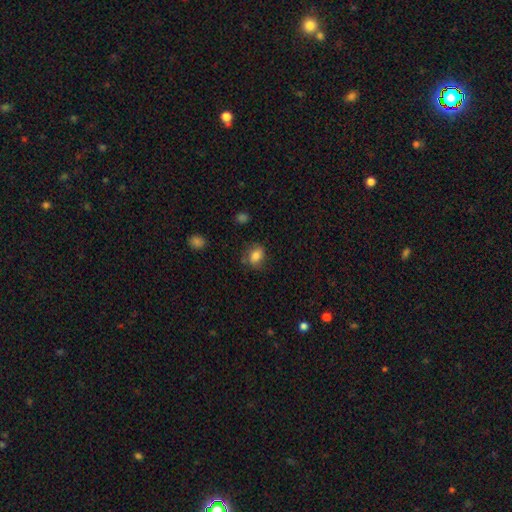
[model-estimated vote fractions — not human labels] Morphology: type=smooth (81%); roundness=in between (66%); merging=none (66%).